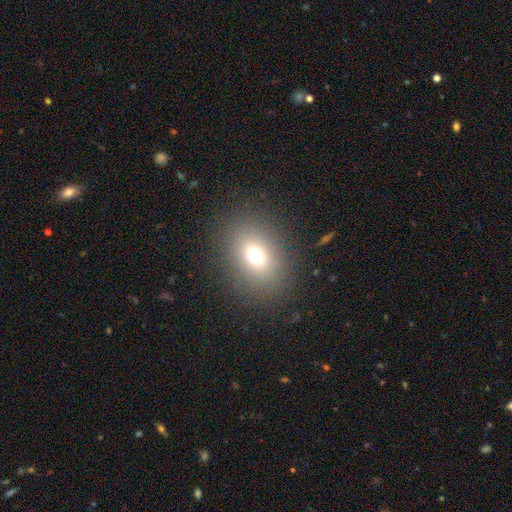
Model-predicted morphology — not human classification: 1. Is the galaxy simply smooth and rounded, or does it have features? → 69% smooth, 19% star or artifact, 12% featured or disk.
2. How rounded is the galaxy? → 54% in between, 45% round, 1% cigar-shaped.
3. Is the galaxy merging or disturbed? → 86% none, 8% minor disturbance, 5% major disturbance, 1% merger.